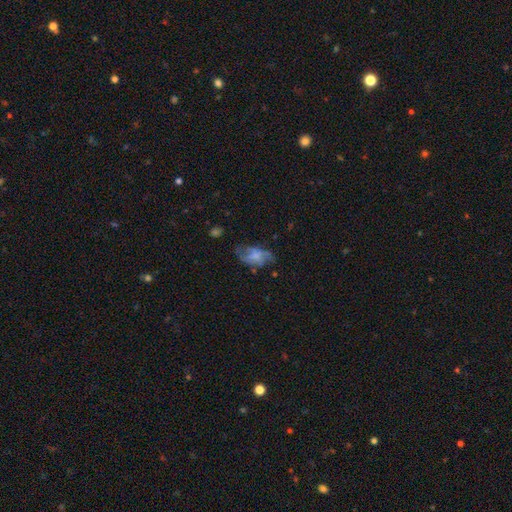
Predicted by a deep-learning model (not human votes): smooth_or_featured: featured or disk (p=0.48) [alt: smooth p=0.43]
merging: none (p=0.49) [alt: minor disturbance p=0.27]